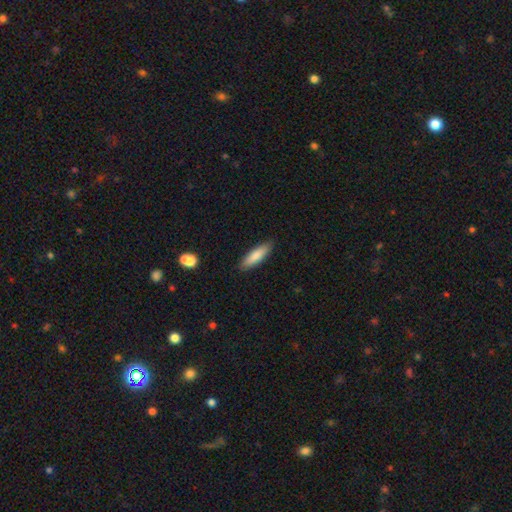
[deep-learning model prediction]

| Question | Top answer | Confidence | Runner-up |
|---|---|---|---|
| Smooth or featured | smooth | 83% | featured or disk (11%) |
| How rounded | cigar-shaped | 62% | in between (37%) |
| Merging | none | 88% | minor disturbance (9%) |